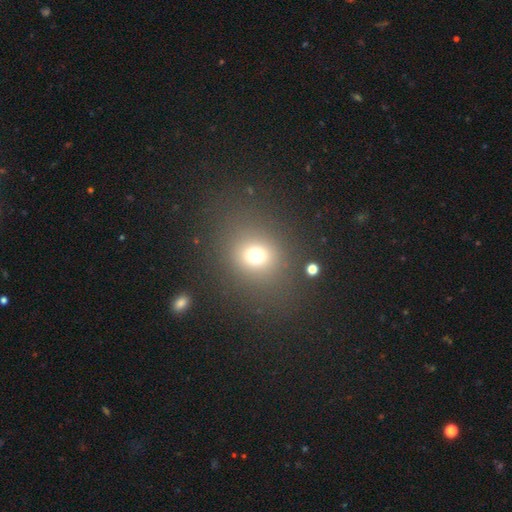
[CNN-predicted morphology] smooth 70%, star or artifact 20%, featured or disk 9%. Down the decision tree: how rounded — round (76%); merging — none (81%).